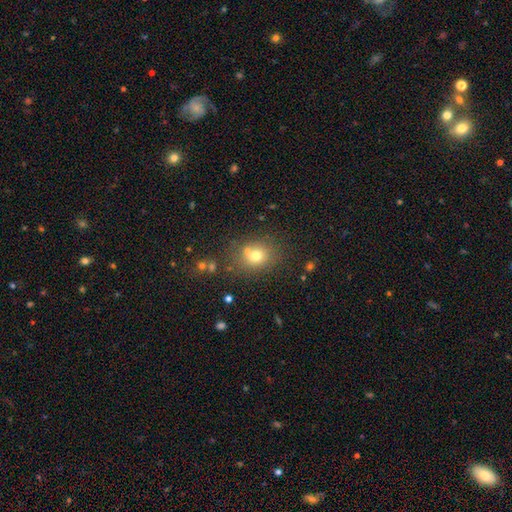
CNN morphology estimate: smooth_or_featured: smooth (p=0.70) [alt: star or artifact p=0.16]
how_rounded: round (p=0.66) [alt: in between p=0.33]
merging: none (p=0.66) [alt: merger p=0.17]